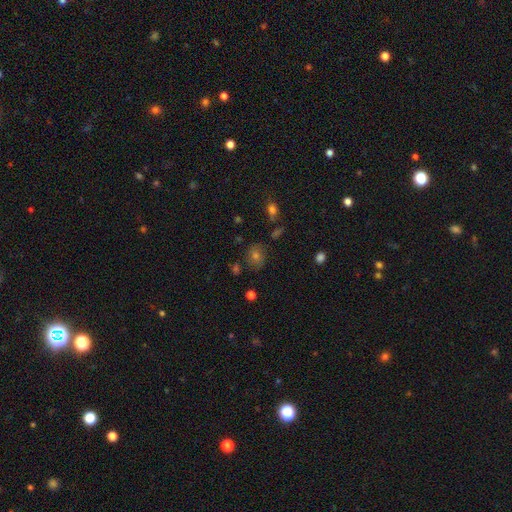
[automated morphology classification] Smooth or featured?
  - smooth: 49% *
  - star or artifact: 29%
  - featured or disk: 22%
Merging?
  - none: 77% *
  - minor disturbance: 14%
  - major disturbance: 5%
  - merger: 4%